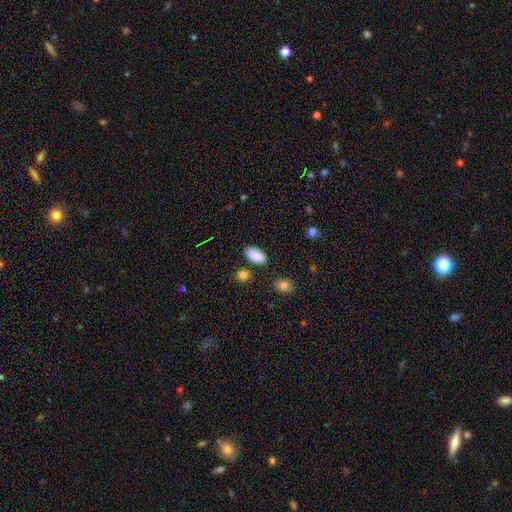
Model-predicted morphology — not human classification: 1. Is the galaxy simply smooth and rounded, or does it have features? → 89% smooth, 8% star or artifact, 4% featured or disk.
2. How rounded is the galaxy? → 93% in between, 3% round, 3% cigar-shaped.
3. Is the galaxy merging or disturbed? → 84% none, 10% minor disturbance, 3% merger, 2% major disturbance.